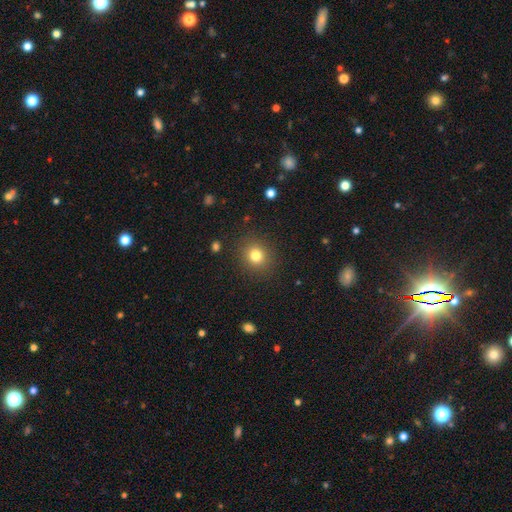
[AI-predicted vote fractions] This is likely a smooth galaxy (80%). How rounded: clearly round (81%). Merging: clearly none (89%).